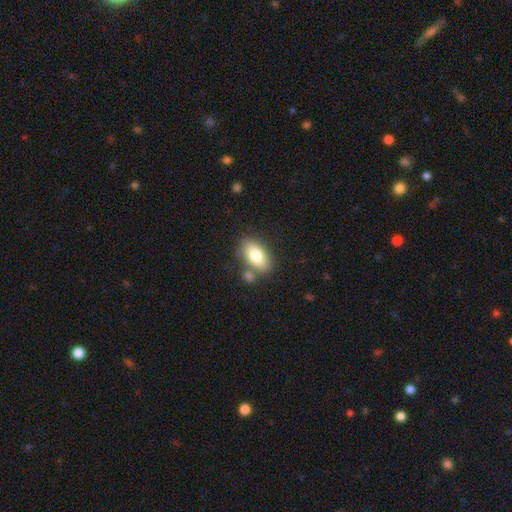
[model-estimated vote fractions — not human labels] A smooth galaxy with no disk features (77%) that is in between round and cigar-shaped (90%).

Vote fractions:
- Smooth or featured? smooth: 77% / featured or disk: 16% / star or artifact: 7%
- How rounded? in between: 90% / round: 5% / cigar-shaped: 5%
- Merging? none: 70% / merger: 14% / minor disturbance: 12% / major disturbance: 4%